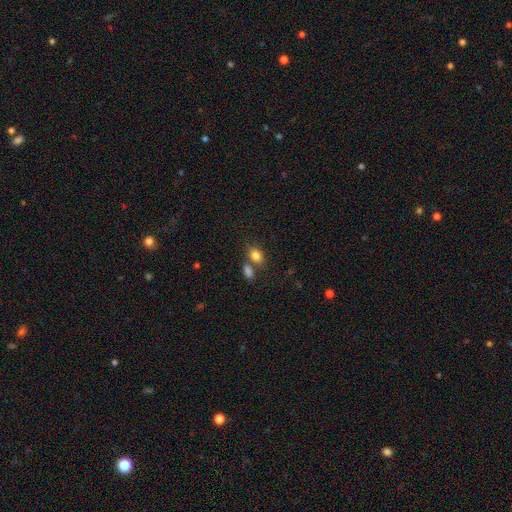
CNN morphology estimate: Smooth or featured? smooth (82%)
How rounded? in between (75%)
Merging? none (54%)